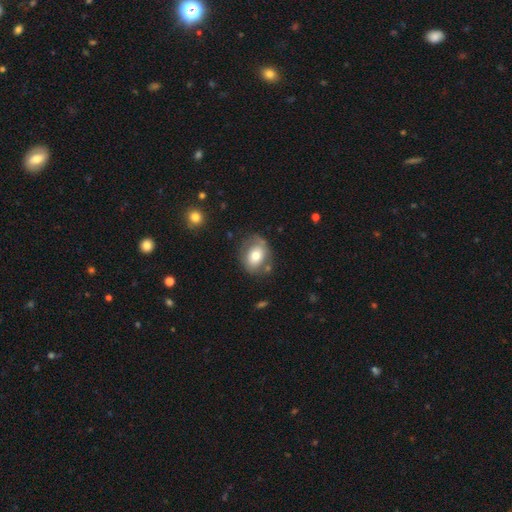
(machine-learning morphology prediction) This is likely a smooth galaxy (66%). How rounded: possibly in between (58%). Merging: likely none (66%).